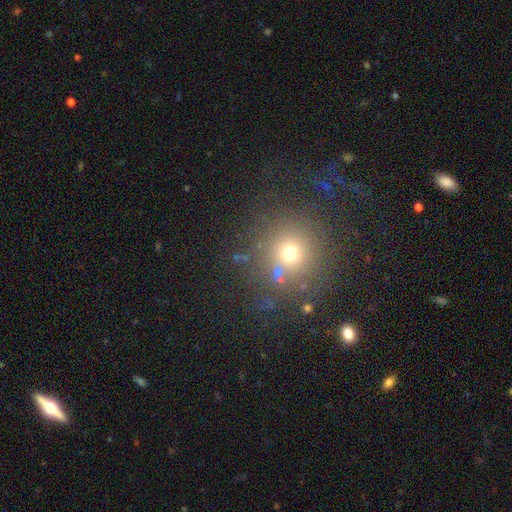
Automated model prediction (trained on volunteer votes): Overall: smooth (53%; star or artifact 35%). How rounded: round (90%). Merging: none (77%).